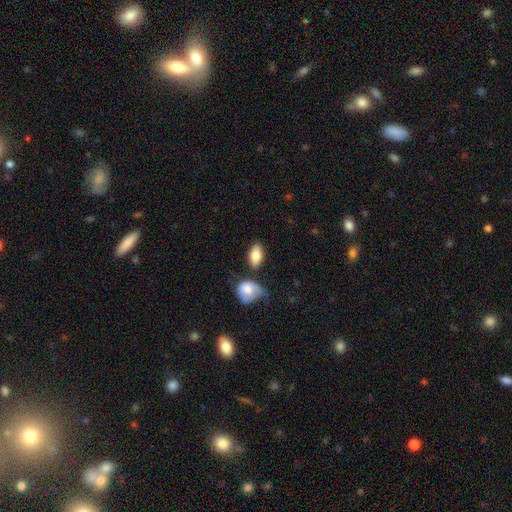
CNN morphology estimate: Overall: smooth (83%). How rounded: in between (91%). Merging: none (63%).